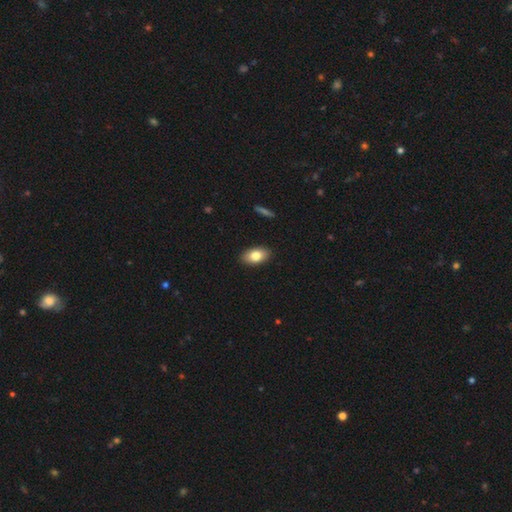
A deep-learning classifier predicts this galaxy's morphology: Overall: smooth (80%). How rounded: in between (92%). Merging: none (90%).